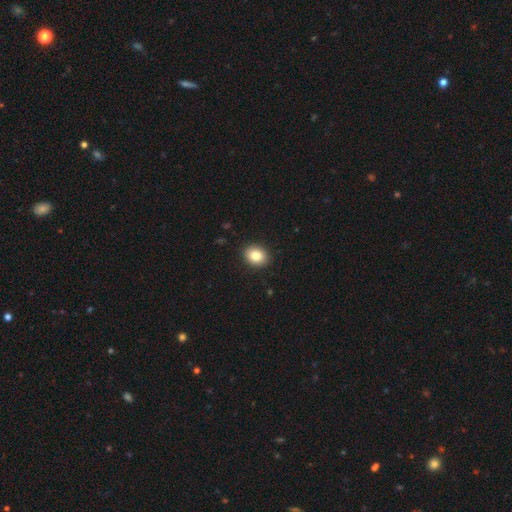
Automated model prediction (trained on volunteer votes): A smooth galaxy with no disk features (84%) that is in between round and cigar-shaped (51%).

Vote fractions:
- Smooth or featured? smooth: 84% / star or artifact: 9% / featured or disk: 7%
- How rounded? in between: 51% / round: 48% / cigar-shaped: 1%
- Merging? none: 91% / minor disturbance: 7% / major disturbance: 2% / merger: 1%